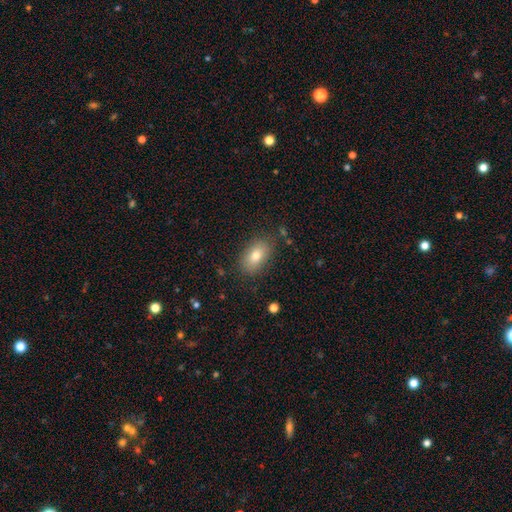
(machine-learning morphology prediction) A smooth galaxy with no disk features (78%) that is in between round and cigar-shaped (90%).

Vote fractions:
- Smooth or featured? smooth: 78% / featured or disk: 13% / star or artifact: 9%
- How rounded? in between: 90% / round: 8% / cigar-shaped: 2%
- Merging? none: 84% / minor disturbance: 11% / major disturbance: 3% / merger: 2%